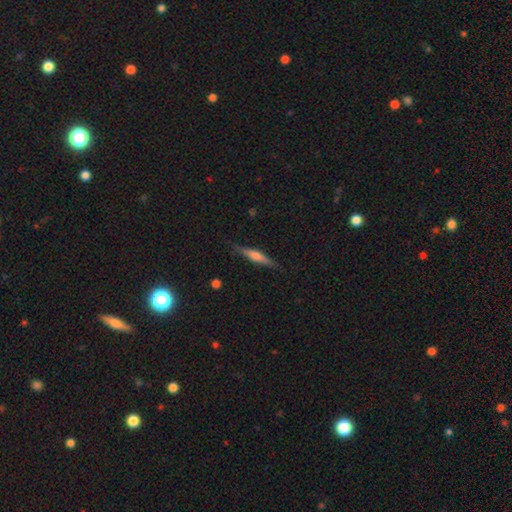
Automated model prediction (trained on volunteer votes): Smooth or featured? Predicted: featured or disk (p=0.55). Edge-on disk? Predicted: yes (p=0.97). Edge-on bulge? Predicted: rounded (p=0.72). Merging? Predicted: none (p=0.86).